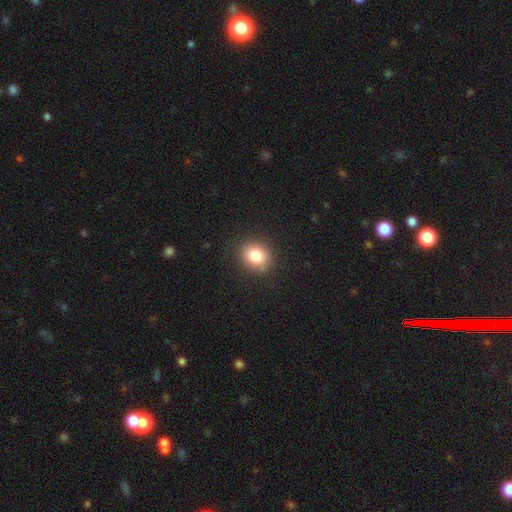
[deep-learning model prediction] smooth_or_featured: smooth (p=0.82) [alt: star or artifact p=0.11]
how_rounded: round (p=0.71) [alt: in between p=0.28]
merging: none (p=0.87) [alt: minor disturbance p=0.09]